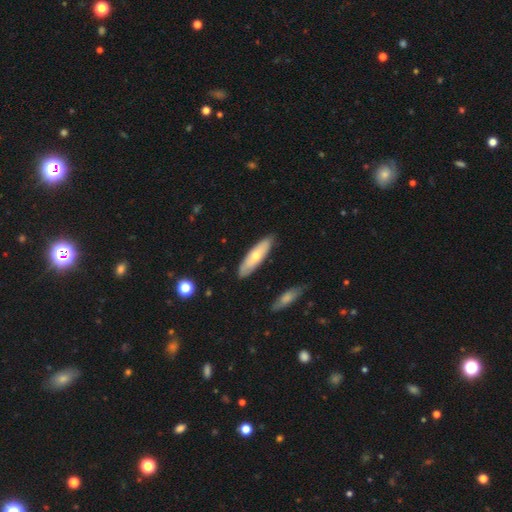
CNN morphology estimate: smooth_or_featured: smooth (p=0.59) [alt: featured or disk p=0.36]
how_rounded: cigar-shaped (p=0.54) [alt: in between p=0.44]
merging: none (p=0.85) [alt: minor disturbance p=0.11]